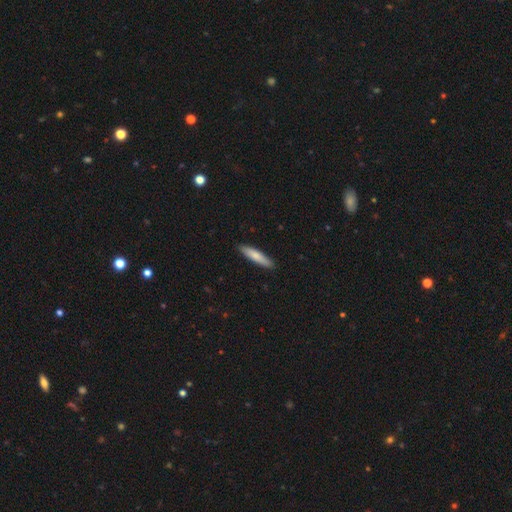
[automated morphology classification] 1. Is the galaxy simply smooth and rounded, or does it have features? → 76% smooth, 18% featured or disk, 5% star or artifact.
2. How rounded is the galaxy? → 83% cigar-shaped, 16% in between, 1% round.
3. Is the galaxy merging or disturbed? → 90% none, 8% minor disturbance, 1% major disturbance, 1% merger.